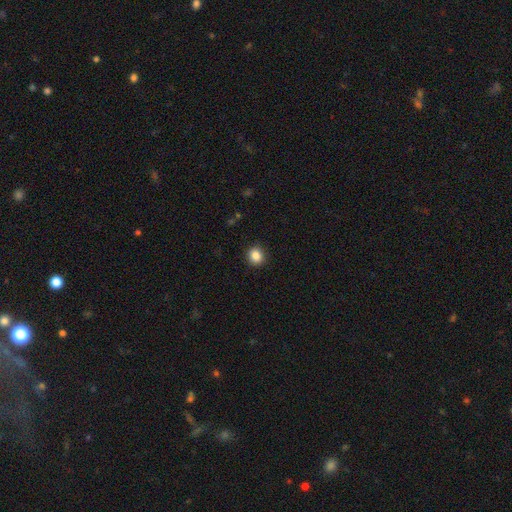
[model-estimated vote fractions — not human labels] Morphology: type=smooth (86%); roundness=round (81%); merging=none (90%).